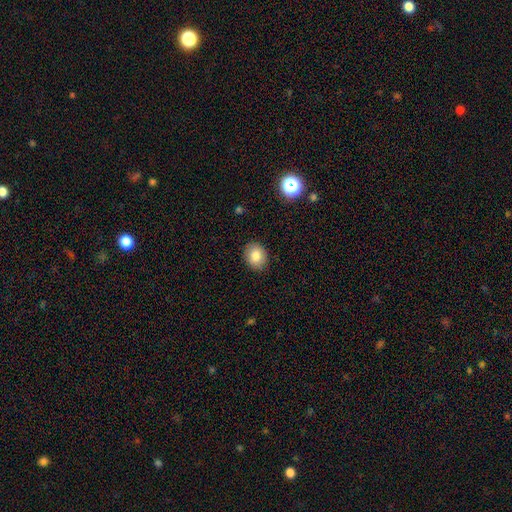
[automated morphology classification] smooth-or-featured: smooth: 84% | star or artifact: 9% | featured or disk: 7%
  how-rounded: round: 52% | in between: 48% | cigar-shaped: 1%
  merging: none: 89% | minor disturbance: 8% | major disturbance: 2% | merger: 1%